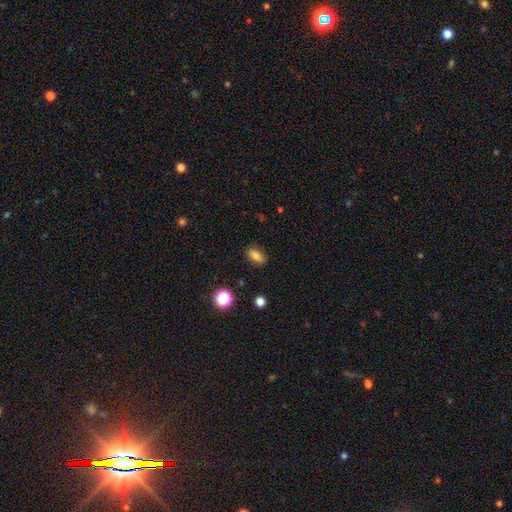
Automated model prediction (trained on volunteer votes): A smooth galaxy with no disk features (82%) that is in between round and cigar-shaped (84%). Merging: none (86%).